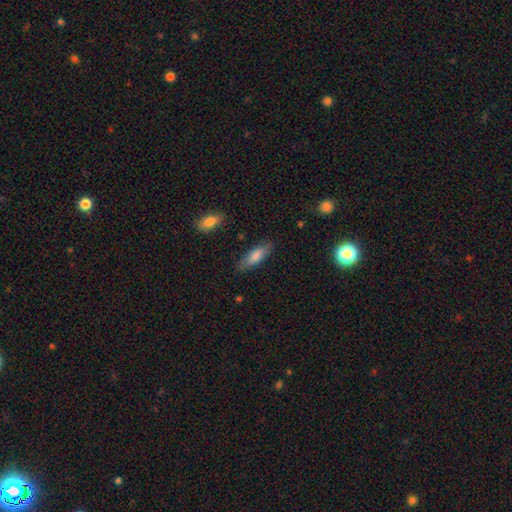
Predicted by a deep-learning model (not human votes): Smooth or featured?
  - smooth: 77% *
  - featured or disk: 17%
  - star or artifact: 6%
How rounded?
  - in between: 53% *
  - cigar-shaped: 45%
  - round: 2%
Merging?
  - none: 82% *
  - minor disturbance: 13%
  - major disturbance: 3%
  - merger: 2%